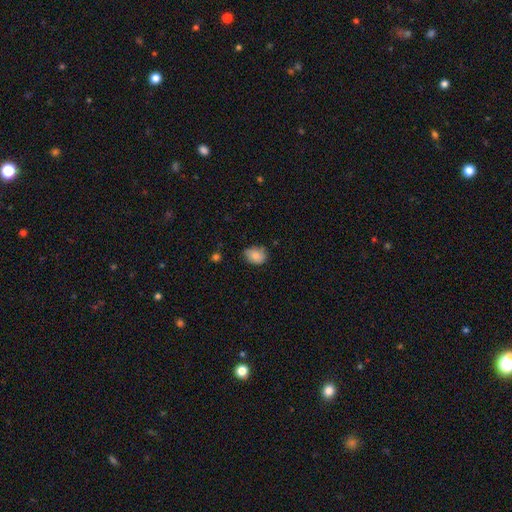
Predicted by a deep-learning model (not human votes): Overall: smooth (83%). How rounded: in between (64%; round 35%). Merging: none (64%; minor disturbance 30%).